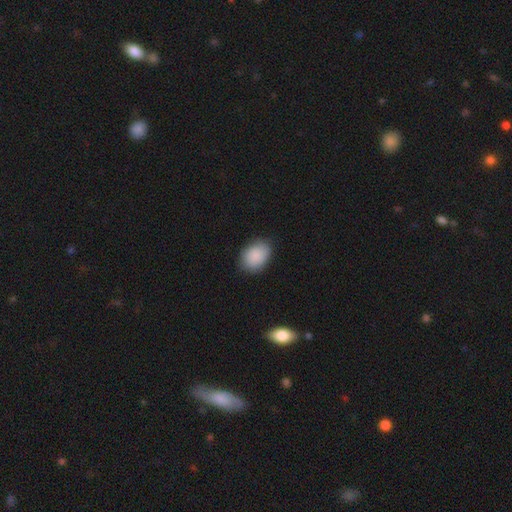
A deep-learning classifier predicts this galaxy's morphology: The model was most divided on "how rounded": in between: 74%, round: 25%, cigar-shaped: 1%. More confident: smooth or featured — smooth (89%); merging — none (83%).